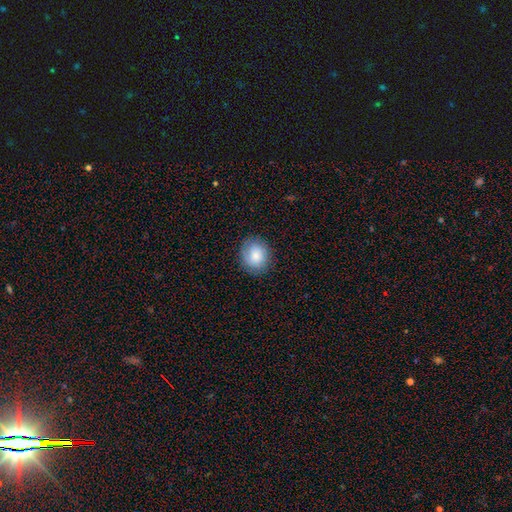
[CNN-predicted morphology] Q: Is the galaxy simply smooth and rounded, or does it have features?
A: smooth — 82%.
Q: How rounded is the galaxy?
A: round — 72%.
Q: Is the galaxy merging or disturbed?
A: none — 85%.